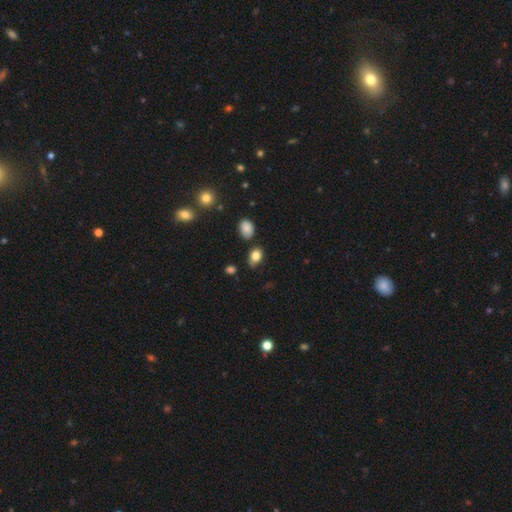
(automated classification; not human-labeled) Smooth or featured? smooth (82%)
How rounded? in between (79%)
Merging? none (65%)